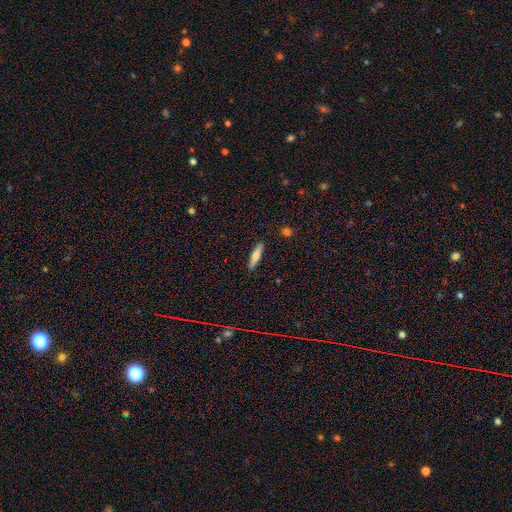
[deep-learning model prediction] A smooth galaxy with no disk features (59%) that is cigar-shaped (83%).

Vote fractions:
- Smooth or featured? smooth: 59% / featured or disk: 34% / star or artifact: 6%
- How rounded? cigar-shaped: 83% / in between: 15% / round: 2%
- Merging? none: 90% / minor disturbance: 7% / major disturbance: 2% / merger: 1%